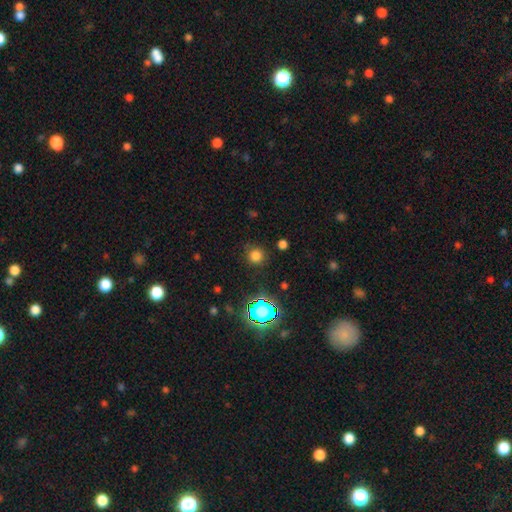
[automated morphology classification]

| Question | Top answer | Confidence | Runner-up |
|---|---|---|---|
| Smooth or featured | smooth | 74% | star or artifact (21%) |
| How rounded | round | 93% | in between (6%) |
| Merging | none | 86% | minor disturbance (9%) |